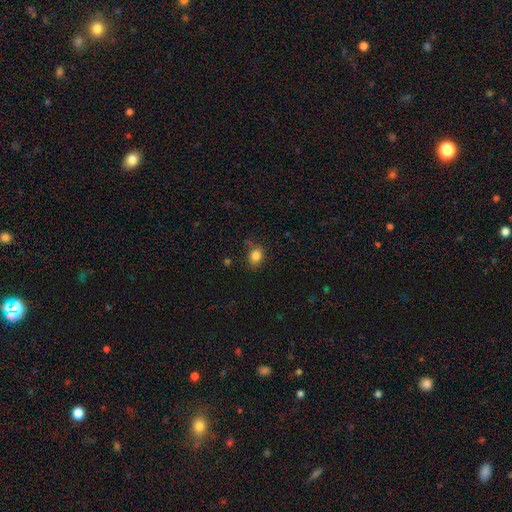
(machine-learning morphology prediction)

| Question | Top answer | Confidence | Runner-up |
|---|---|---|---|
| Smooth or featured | smooth | 83% | star or artifact (11%) |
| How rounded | in between | 53% | round (46%) |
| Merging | none | 77% | minor disturbance (16%) |